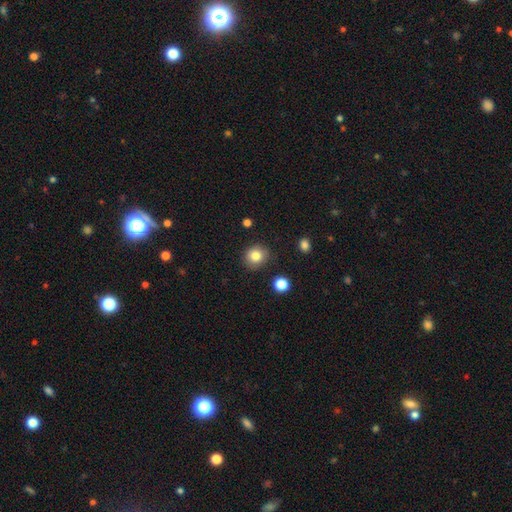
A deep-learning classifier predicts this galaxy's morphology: Smooth or featured: smooth — 83% (star or artifact — 10%)
How rounded: round — 84% (in between — 15%)
Merging: none — 86% (minor disturbance — 9%)